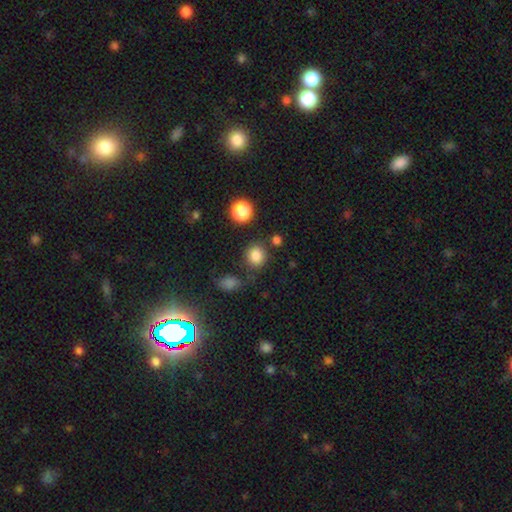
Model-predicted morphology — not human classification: type=smooth (81%); roundness=round (84%); merging=none (77%).